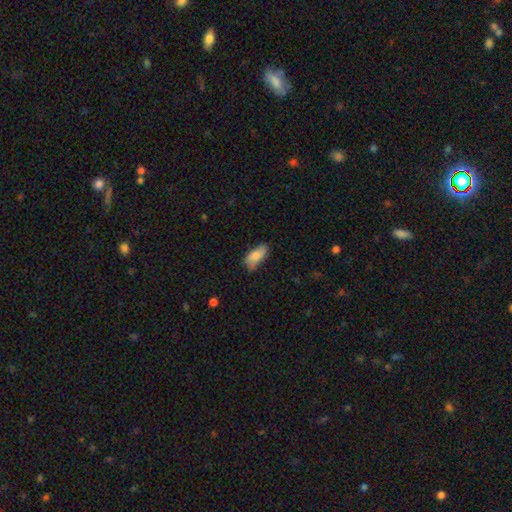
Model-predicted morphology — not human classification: This appears to be a smooth galaxy with no disk features (76%) that is in between round and cigar-shaped (88%). Merging: none (67%).